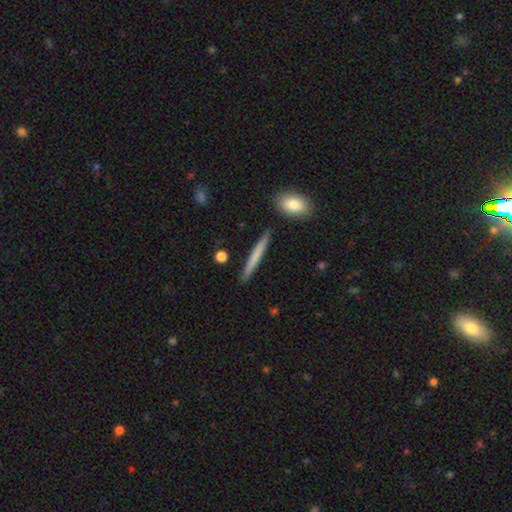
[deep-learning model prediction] Morphology: type=smooth (67%); roundness=cigar-shaped (96%); merging=none (90%).